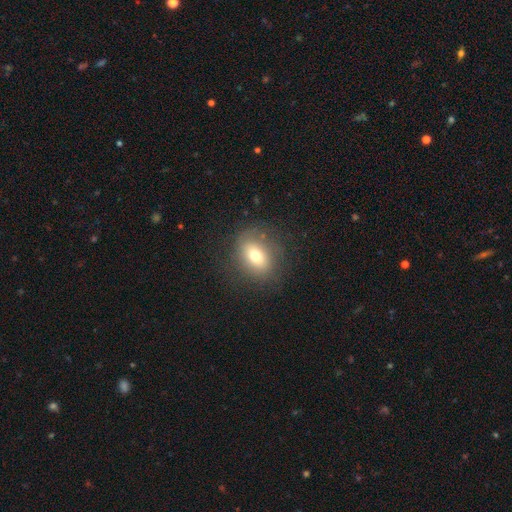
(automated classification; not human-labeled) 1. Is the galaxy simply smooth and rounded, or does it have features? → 69% smooth, 20% featured or disk, 12% star or artifact.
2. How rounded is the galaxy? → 57% in between, 41% round, 2% cigar-shaped.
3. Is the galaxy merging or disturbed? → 78% none, 14% minor disturbance, 7% major disturbance, 1% merger.